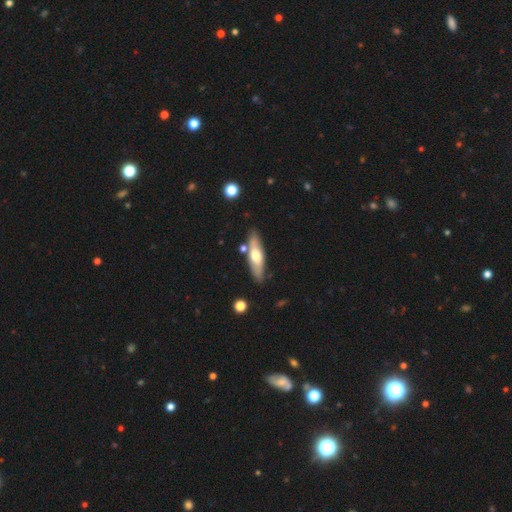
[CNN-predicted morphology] The model was most divided on "smooth or featured": smooth: 49%, featured or disk: 45%, star or artifact: 5%. More confident: merging — none (81%).